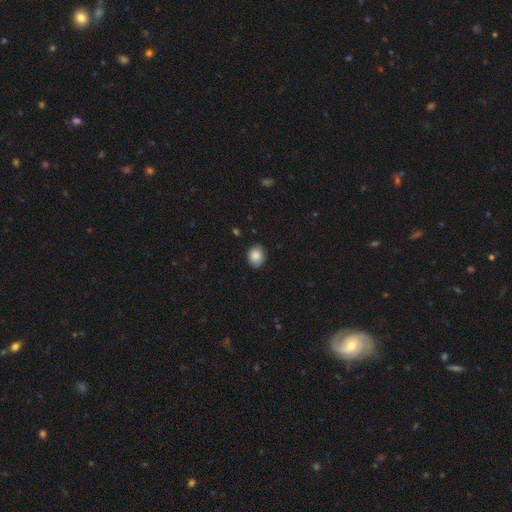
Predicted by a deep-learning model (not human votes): Q: Smooth or featured?
A: smooth (87%); runner-up: star or artifact (8%)
Q: How rounded?
A: round (64%); runner-up: in between (35%)
Q: Merging?
A: none (85%); runner-up: minor disturbance (12%)